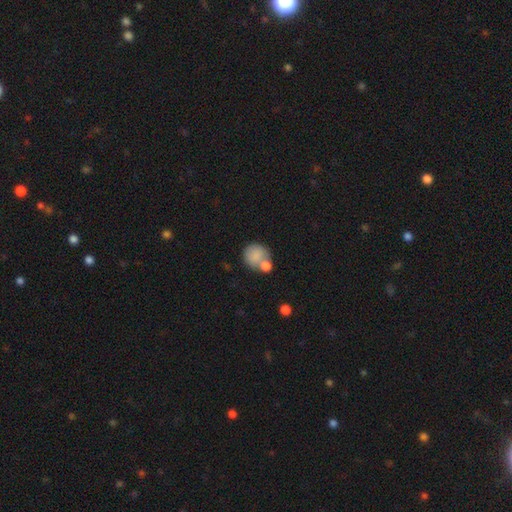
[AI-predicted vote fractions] smooth-or-featured: smooth: 83% | featured or disk: 9% | star or artifact: 8%
  how-rounded: round: 84% | in between: 15% | cigar-shaped: 1%
  merging: none: 48% | merger: 32% | minor disturbance: 14% | major disturbance: 6%